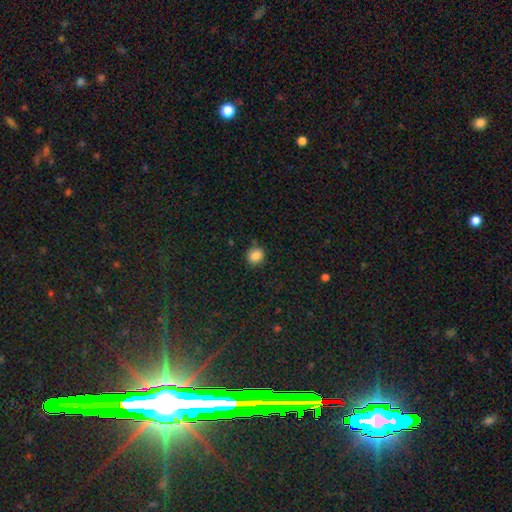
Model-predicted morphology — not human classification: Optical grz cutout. It shows a smooth galaxy with no disk features (85%) that is round (78%). Merging: none (79%).